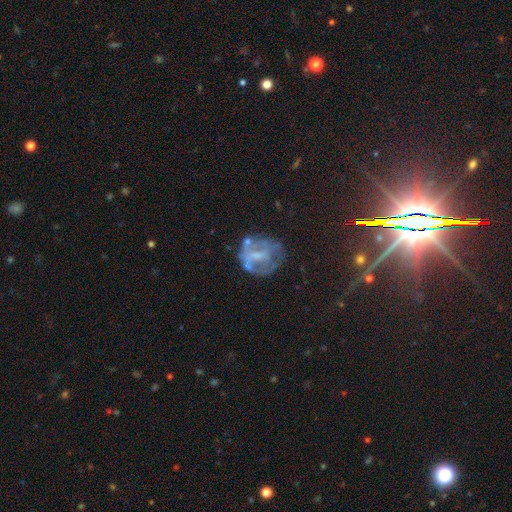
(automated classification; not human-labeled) smooth-or-featured: featured or disk: 61% | smooth: 25% | star or artifact: 15%
  disk-edge-on: no: 97% | yes: 3%
    bar: no: 55% | weak: 34% | strong: 12%
    has-spiral-arms: no: 69% | yes: 31%
    bulge-size: small: 36% | none: 32% | moderate: 28% | large: 2% | dominant: 1%
  merging: none: 51% | minor disturbance: 22% | major disturbance: 21% | merger: 6%